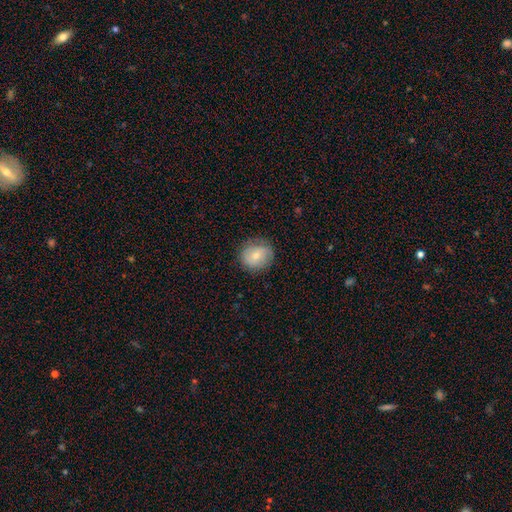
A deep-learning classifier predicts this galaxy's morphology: smooth_or_featured: smooth (p=0.69) [alt: featured or disk p=0.23]
how_rounded: round (p=0.81) [alt: in between p=0.18]
merging: none (p=0.81) [alt: minor disturbance p=0.14]